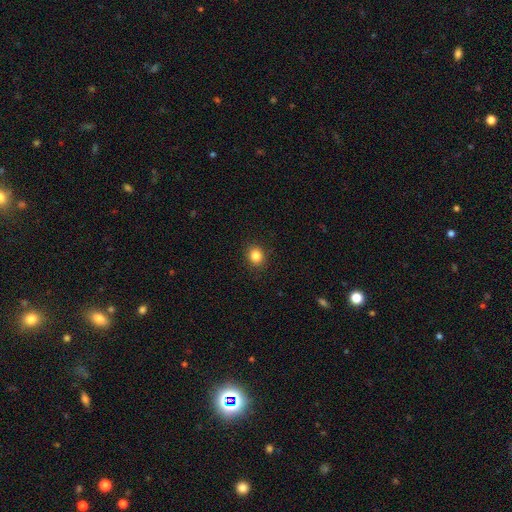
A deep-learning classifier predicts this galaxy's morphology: A smooth galaxy with no disk features (84%) that is round (74%).

Vote fractions:
- Smooth or featured? smooth: 84% / star or artifact: 11% / featured or disk: 5%
- How rounded? round: 74% / in between: 25% / cigar-shaped: 1%
- Merging? none: 90% / minor disturbance: 7% / major disturbance: 2% / merger: 1%